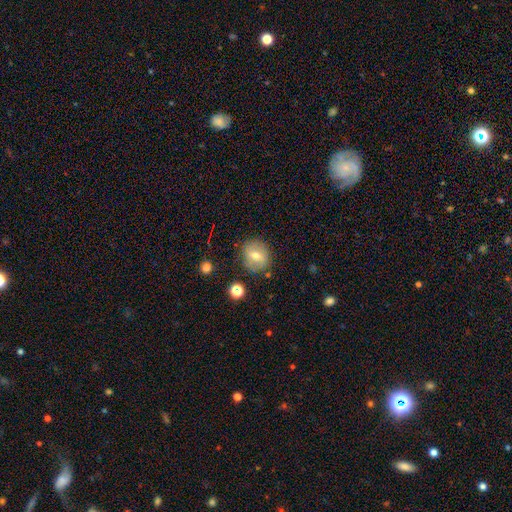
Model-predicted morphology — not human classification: A smooth galaxy with no disk features (59%) that is round (74%).

Vote fractions:
- Smooth or featured? smooth: 59% / featured or disk: 30% / star or artifact: 11%
- How rounded? round: 74% / in between: 25% / cigar-shaped: 1%
- Merging? none: 81% / minor disturbance: 12% / major disturbance: 4% / merger: 3%